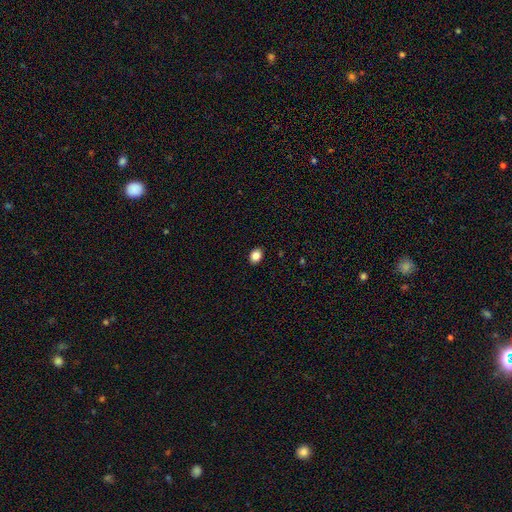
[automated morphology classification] A smooth galaxy with no disk features (86%) that is in between round and cigar-shaped (64%). Merging: none (90%).